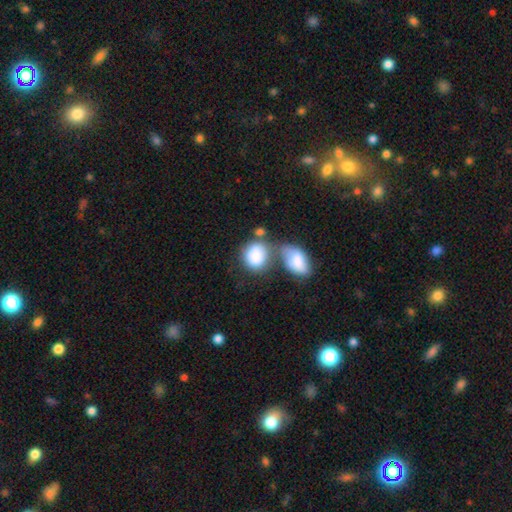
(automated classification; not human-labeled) Smooth or featured?
  - smooth: 83% *
  - featured or disk: 10%
  - star or artifact: 7%
How rounded?
  - in between: 55% *
  - round: 43%
  - cigar-shaped: 2%
Merging?
  - merger: 47% *
  - none: 29%
  - minor disturbance: 15%
  - major disturbance: 10%